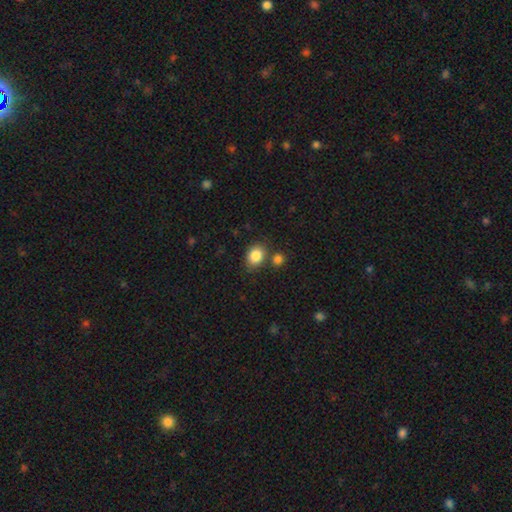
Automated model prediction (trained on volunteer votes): Overall: smooth (86%). How rounded: in between (63%; round 36%). Merging: none (71%).